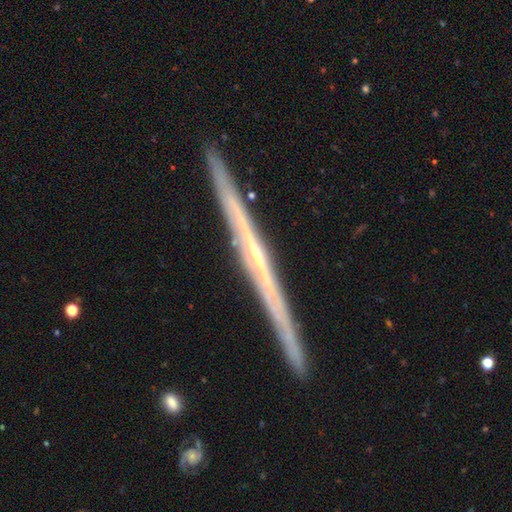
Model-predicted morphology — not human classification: A featured or disk galaxy (82%) viewed edge-on (98%) with no central bulge (57%).

Vote fractions:
- Smooth or featured? featured or disk: 82% / smooth: 12% / star or artifact: 6%
- Edge-on disk? yes: 98% / no: 2%
- Edge-on bulge? none: 57% / rounded: 38% / boxy: 6%
- Merging? none: 91% / minor disturbance: 6% / merger: 1% / major disturbance: 1%